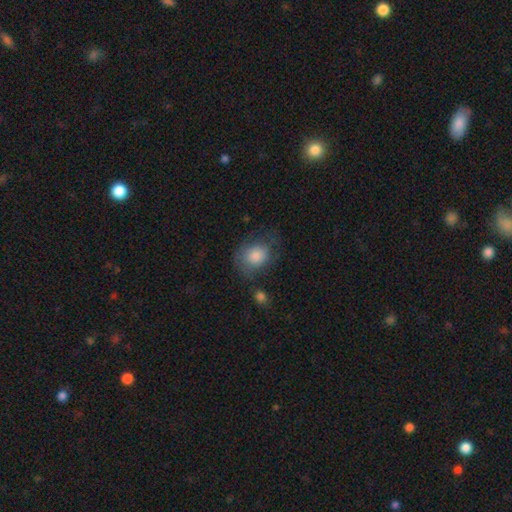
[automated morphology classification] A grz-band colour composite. It shows a smooth galaxy with no disk features (75%) that is round (55%). Merging: none (50%).